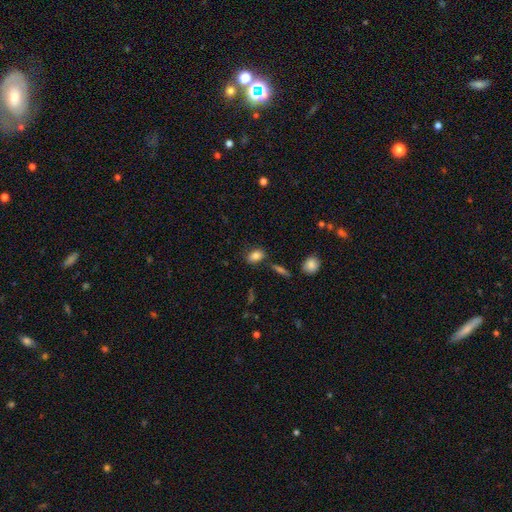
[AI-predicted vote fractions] Q: Smooth or featured?
A: smooth (83%); runner-up: star or artifact (9%)
Q: How rounded?
A: in between (82%); runner-up: round (16%)
Q: Merging?
A: none (76%); runner-up: minor disturbance (15%)